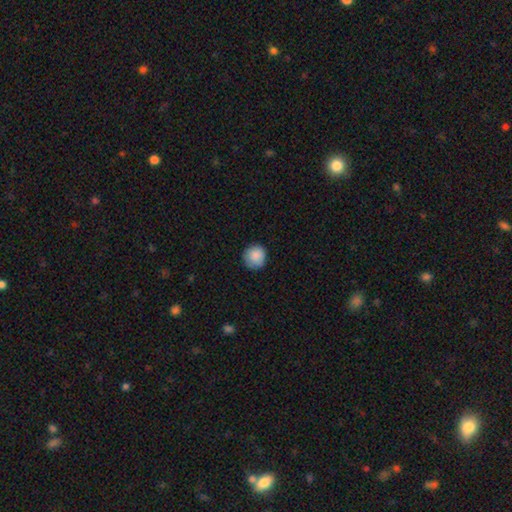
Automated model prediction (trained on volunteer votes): Smooth or featured? Predicted: smooth (p=0.88). How rounded? Predicted: round (p=0.93). Merging? Predicted: none (p=0.85).